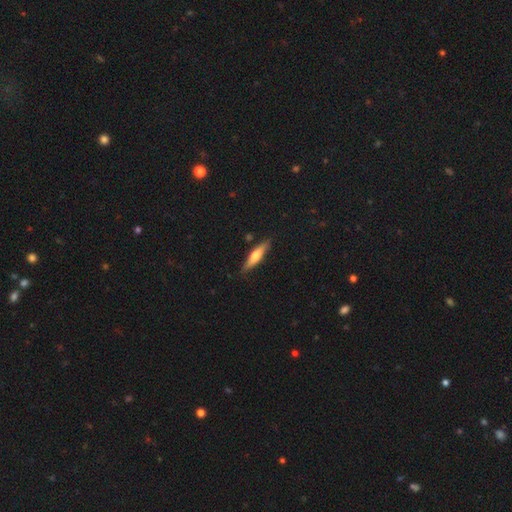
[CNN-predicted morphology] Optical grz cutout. It shows a smooth galaxy with no disk features (51%) that is cigar-shaped (77%). Merging: none (83%).